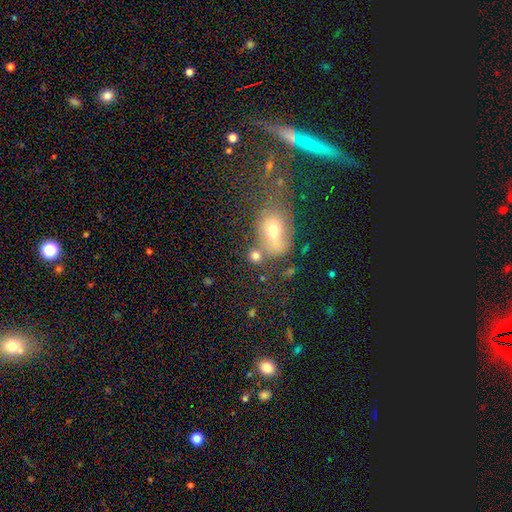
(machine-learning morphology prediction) A smooth galaxy with no disk features (71%) that is round (62%).

Vote fractions:
- Smooth or featured? smooth: 71% / star or artifact: 16% / featured or disk: 14%
- How rounded? round: 62% / in between: 35% / cigar-shaped: 3%
- Merging? none: 55% / merger: 25% / minor disturbance: 12% / major disturbance: 8%